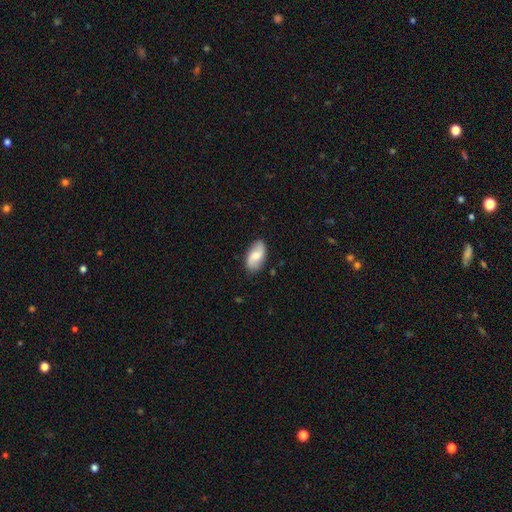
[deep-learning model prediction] Smooth or featured? featured or disk (48%)
Merging? none (82%)